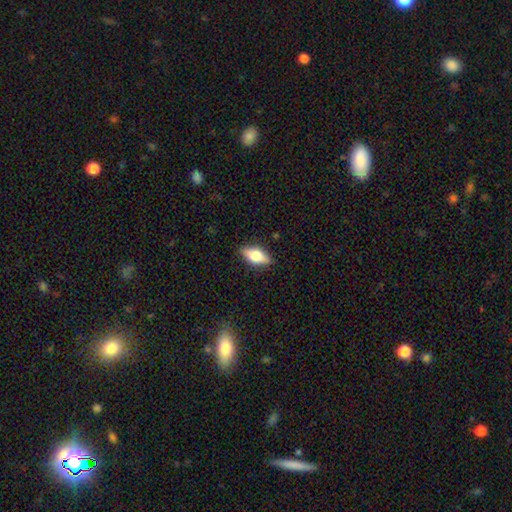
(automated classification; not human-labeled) Q: Smooth or featured?
A: smooth (57%); runner-up: featured or disk (36%)
Q: How rounded?
A: in between (78%); runner-up: cigar-shaped (17%)
Q: Merging?
A: none (87%); runner-up: minor disturbance (10%)